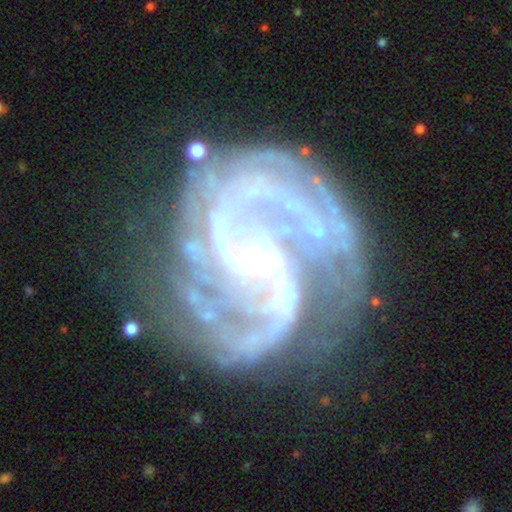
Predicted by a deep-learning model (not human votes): Morphology: type=featured or disk (91%); edge-on=no (98%); bar=no (41%); spiral arms=yes (98%); winding=medium (52%); arm count=2 (64%); bulge=small (79%); merging=none (55%).